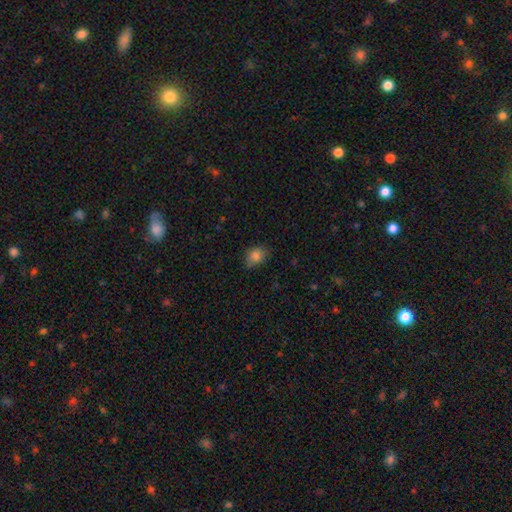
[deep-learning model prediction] Smooth or featured? smooth (84%)
How rounded? in between (54%)
Merging? none (70%)